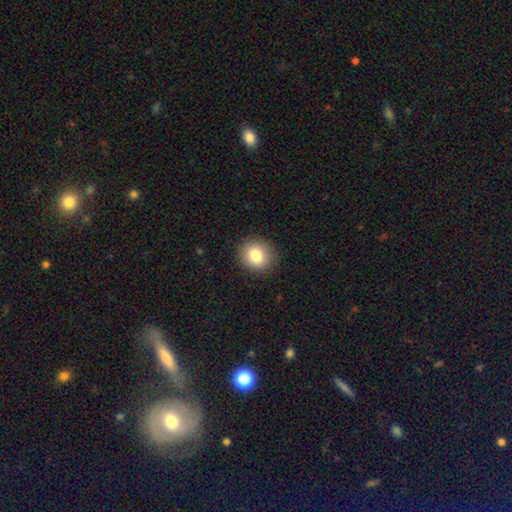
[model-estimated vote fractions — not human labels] The model was most divided on "how rounded": round: 82%, in between: 17%, cigar-shaped: 1%. More confident: merging — none (90%); smooth or featured — smooth (82%).